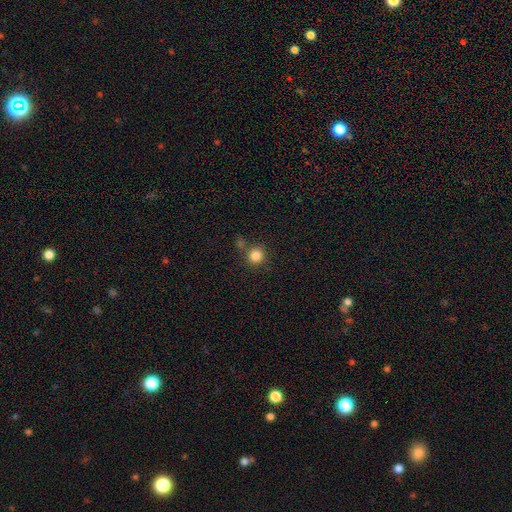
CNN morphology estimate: Smooth or featured: smooth — 84% (star or artifact — 11%)
How rounded: round — 92% (in between — 7%)
Merging: none — 72% (merger — 15%)